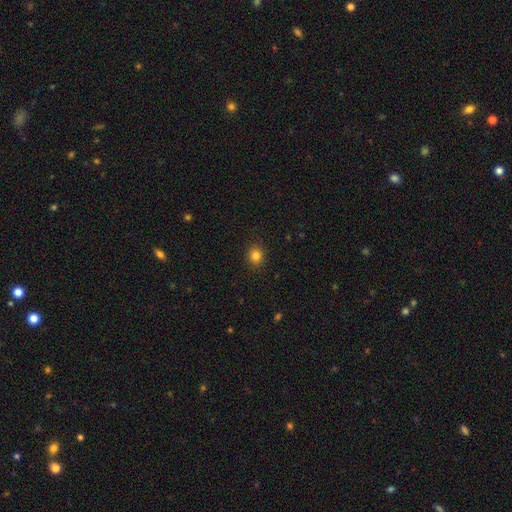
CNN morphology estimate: smooth_or_featured: smooth (p=0.83) [alt: star or artifact p=0.13]
how_rounded: round (p=0.84) [alt: in between p=0.16]
merging: none (p=0.91) [alt: minor disturbance p=0.06]